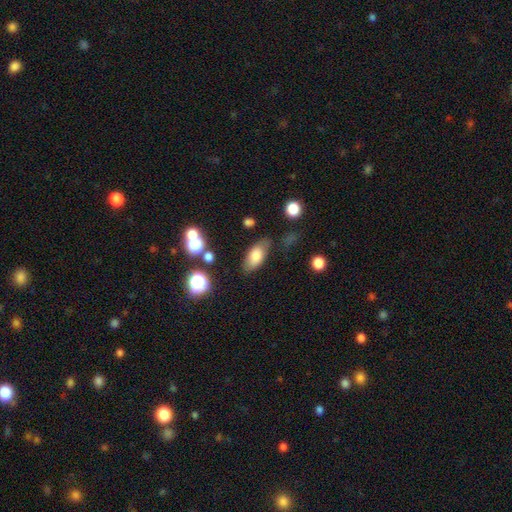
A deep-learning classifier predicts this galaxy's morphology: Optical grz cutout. It shows a smooth galaxy with no disk features (77%) that is in between round and cigar-shaped (87%). Merging: none (74%).